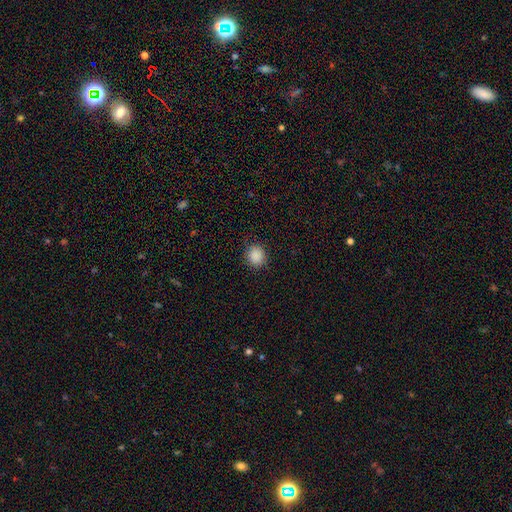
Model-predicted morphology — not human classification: A smooth galaxy with no disk features (88%) that is round (82%). Merging: none (87%).